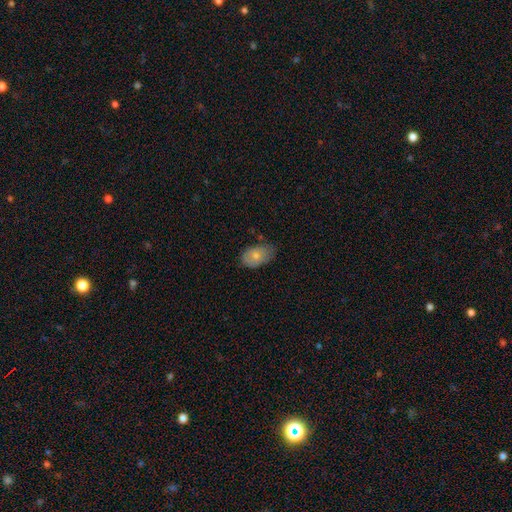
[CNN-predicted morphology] Smooth or featured?
  - smooth: 70% *
  - featured or disk: 23%
  - star or artifact: 7%
How rounded?
  - in between: 87% *
  - round: 12%
  - cigar-shaped: 1%
Merging?
  - none: 57% *
  - minor disturbance: 34%
  - major disturbance: 7%
  - merger: 2%